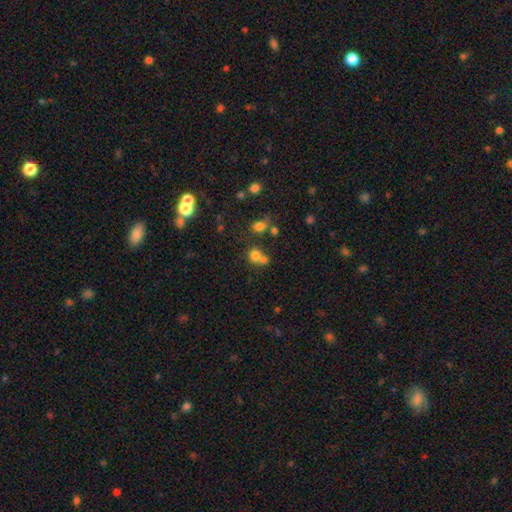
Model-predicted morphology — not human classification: smooth_or_featured: smooth (p=0.73) [alt: star or artifact p=0.16]
how_rounded: round (p=0.77) [alt: in between p=0.22]
merging: merger (p=0.45) [alt: none p=0.42]